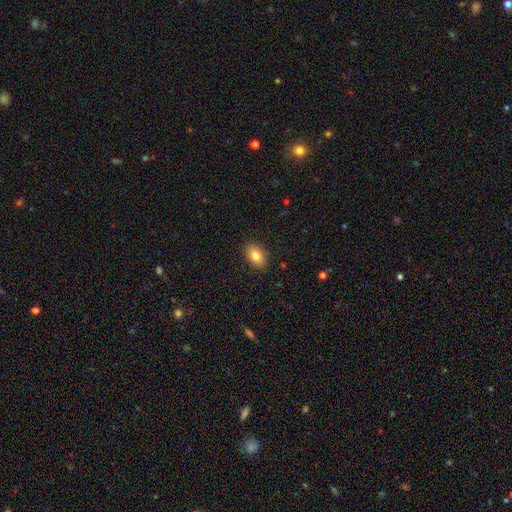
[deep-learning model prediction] The model was most divided on "smooth or featured": smooth: 82%, featured or disk: 10%, star or artifact: 8%. More confident: merging — none (89%); how rounded — in between (87%).